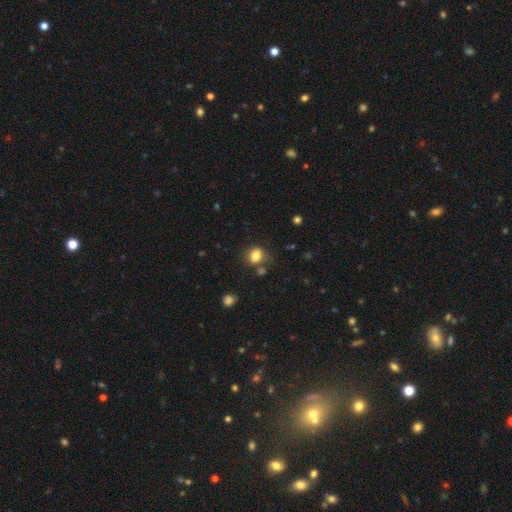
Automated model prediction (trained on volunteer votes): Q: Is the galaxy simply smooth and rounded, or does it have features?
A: smooth — 81%.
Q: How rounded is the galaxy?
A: round — 66%.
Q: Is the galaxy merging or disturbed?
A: none — 70%.